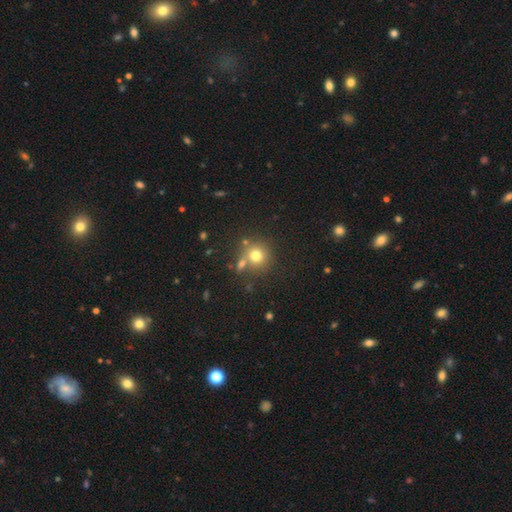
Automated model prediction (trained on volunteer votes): Smooth or featured? Predicted: smooth (p=0.74). How rounded? Predicted: round (p=0.91). Merging? Predicted: none (p=0.68).